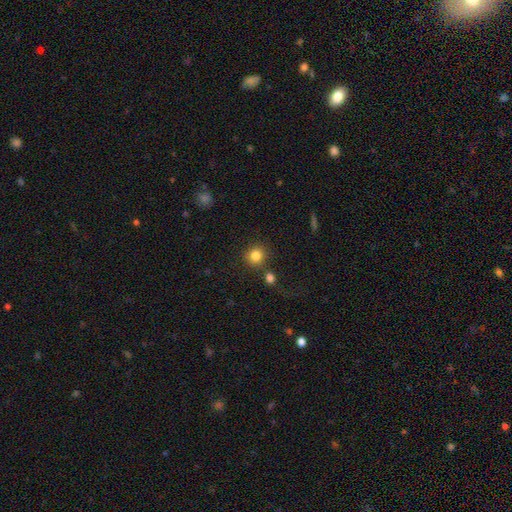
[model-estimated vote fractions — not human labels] The model was most divided on "merging": none: 78%, merger: 10%, minor disturbance: 9%, major disturbance: 4%. More confident: how rounded — round (89%); smooth or featured — smooth (83%).